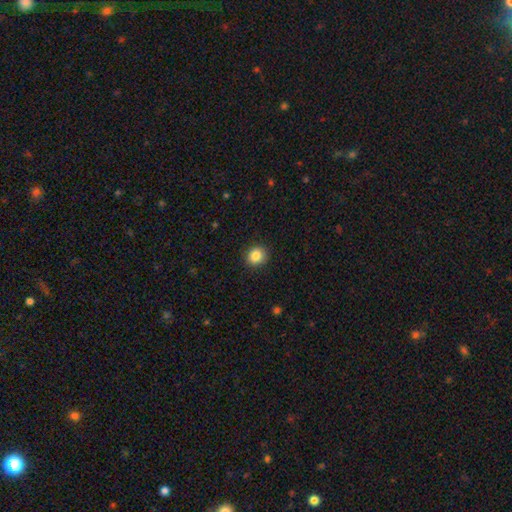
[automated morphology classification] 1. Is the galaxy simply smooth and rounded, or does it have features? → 85% smooth, 10% star or artifact, 5% featured or disk.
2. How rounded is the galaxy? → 81% round, 18% in between, 1% cigar-shaped.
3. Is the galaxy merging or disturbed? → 90% none, 7% minor disturbance, 2% major disturbance, 1% merger.